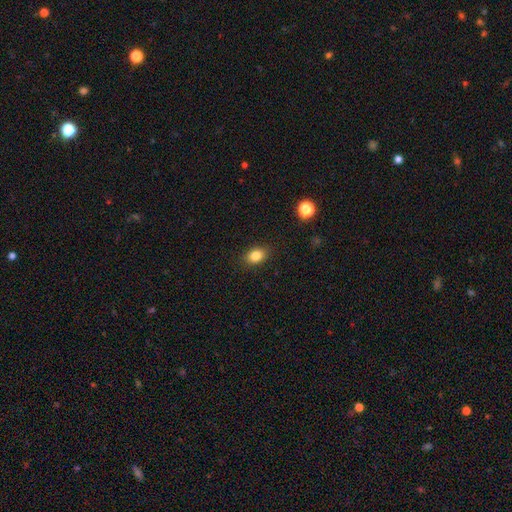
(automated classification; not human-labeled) smooth_or_featured: smooth (p=0.84) [alt: star or artifact p=0.10]
how_rounded: in between (p=0.75) [alt: round p=0.24]
merging: none (p=0.87) [alt: minor disturbance p=0.09]